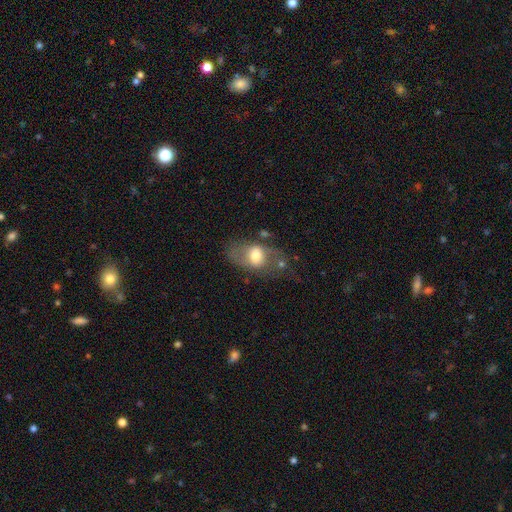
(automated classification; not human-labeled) Smooth or featured? Predicted: smooth (p=0.54). How rounded? Predicted: in between (p=0.80). Merging? Predicted: none (p=0.48).